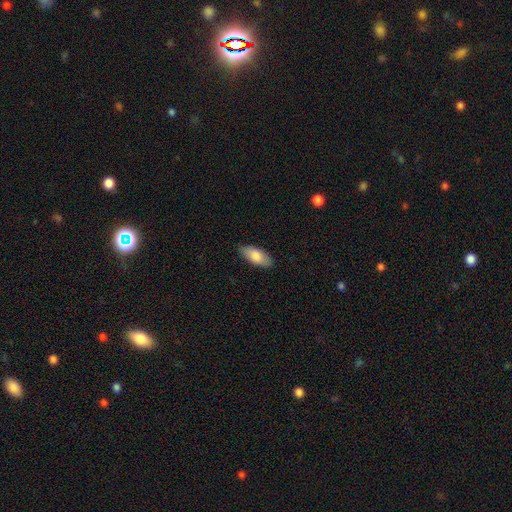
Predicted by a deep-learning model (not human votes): Q: Smooth or featured?
A: smooth (80%); runner-up: featured or disk (15%)
Q: How rounded?
A: in between (86%); runner-up: cigar-shaped (12%)
Q: Merging?
A: none (87%); runner-up: minor disturbance (10%)